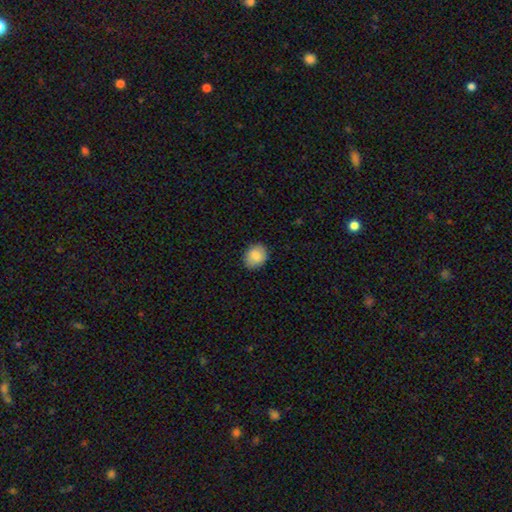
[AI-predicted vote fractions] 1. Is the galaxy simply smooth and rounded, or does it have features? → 86% smooth, 8% star or artifact, 6% featured or disk.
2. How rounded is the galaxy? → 51% in between, 49% round, 1% cigar-shaped.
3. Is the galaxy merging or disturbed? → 86% none, 11% minor disturbance, 2% major disturbance, 1% merger.